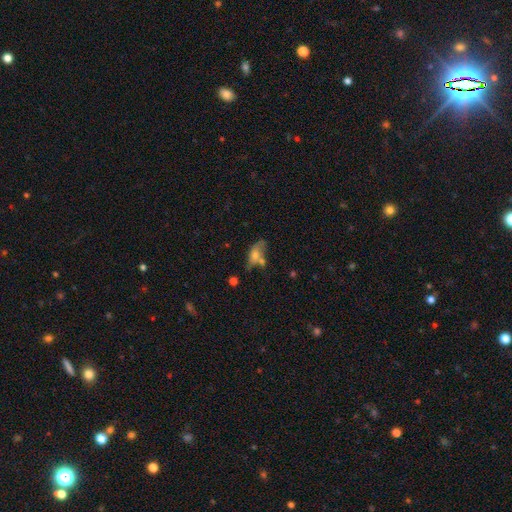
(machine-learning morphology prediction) smooth-or-featured: smooth: 57% | featured or disk: 32% | star or artifact: 11%
  how-rounded: in between: 79% | cigar-shaped: 14% | round: 7%
  merging: none: 33% | merger: 29% | minor disturbance: 22% | major disturbance: 16%